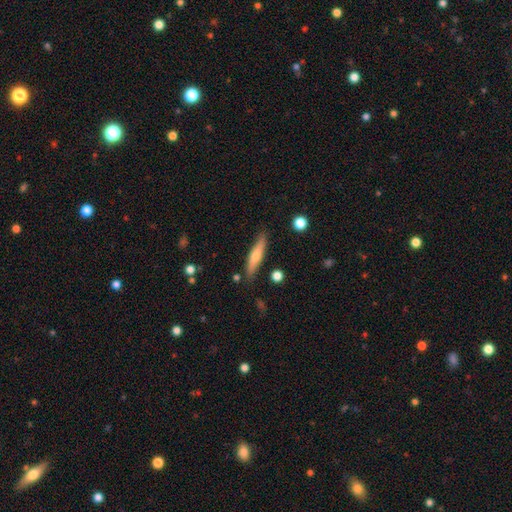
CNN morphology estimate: This appears to be a smooth galaxy with no disk features (60%) that is cigar-shaped (82%). Merging: none (83%).